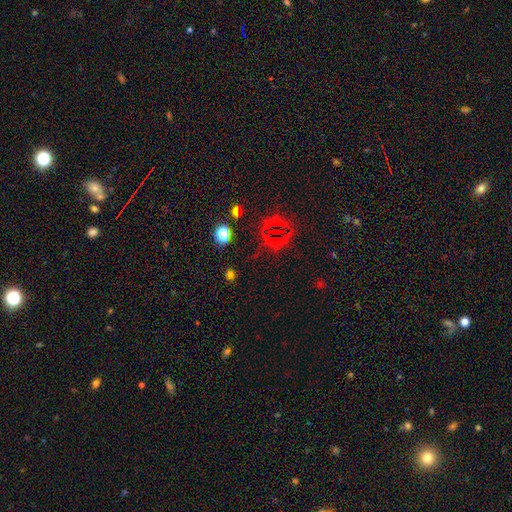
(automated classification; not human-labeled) A star or artifact, not a galaxy (62%).

Vote fractions:
- Smooth or featured? star or artifact: 62% / smooth: 31% / featured or disk: 7%